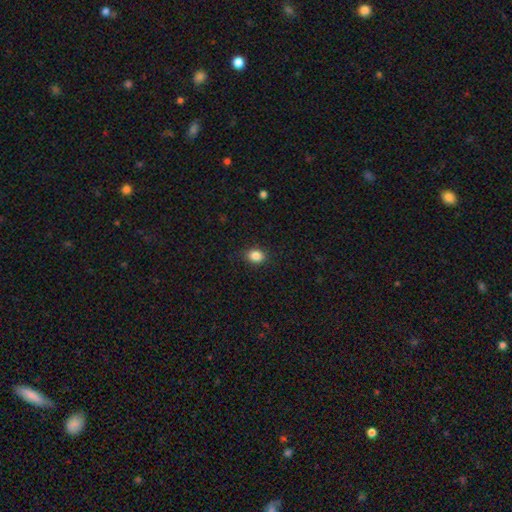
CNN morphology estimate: Smooth or featured?
  - smooth: 86% *
  - star or artifact: 10%
  - featured or disk: 4%
How rounded?
  - in between: 57% *
  - round: 42%
  - cigar-shaped: 1%
Merging?
  - none: 87% *
  - minor disturbance: 9%
  - major disturbance: 2%
  - merger: 1%